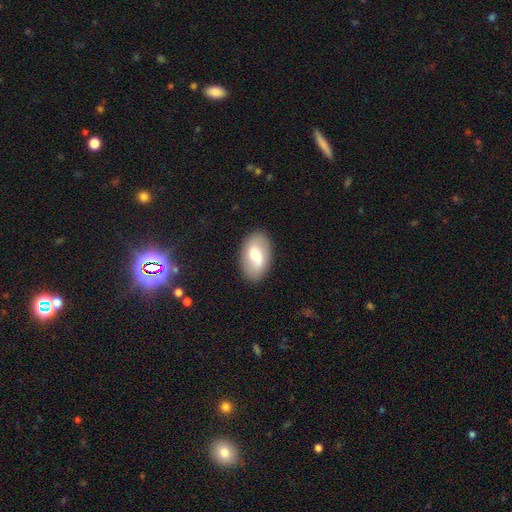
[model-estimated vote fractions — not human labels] smooth-or-featured: smooth: 55% | featured or disk: 39% | star or artifact: 7%
  how-rounded: in between: 92% | round: 6% | cigar-shaped: 2%
  merging: none: 86% | minor disturbance: 10% | major disturbance: 3% | merger: 1%